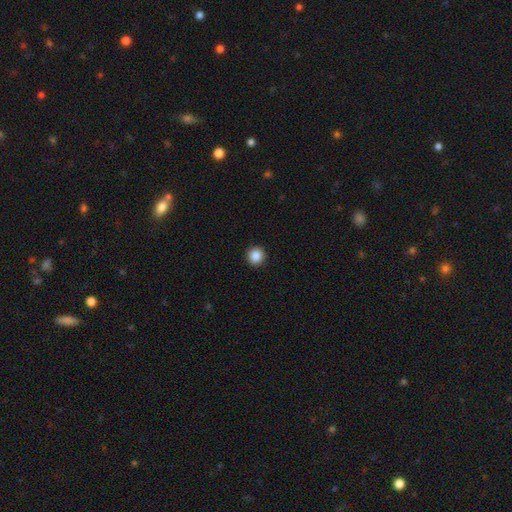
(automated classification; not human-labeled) Overall: smooth (87%). How rounded: round (95%). Merging: none (93%).